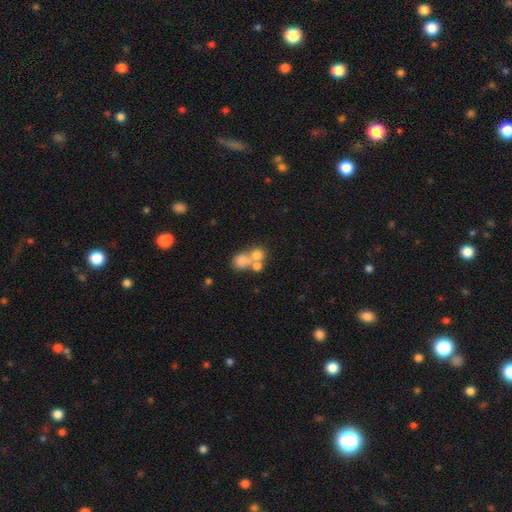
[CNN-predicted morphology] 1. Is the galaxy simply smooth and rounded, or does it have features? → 67% smooth, 19% featured or disk, 13% star or artifact.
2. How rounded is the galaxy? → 77% round, 22% in between, 1% cigar-shaped.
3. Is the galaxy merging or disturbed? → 58% merger, 31% none, 6% minor disturbance, 5% major disturbance.